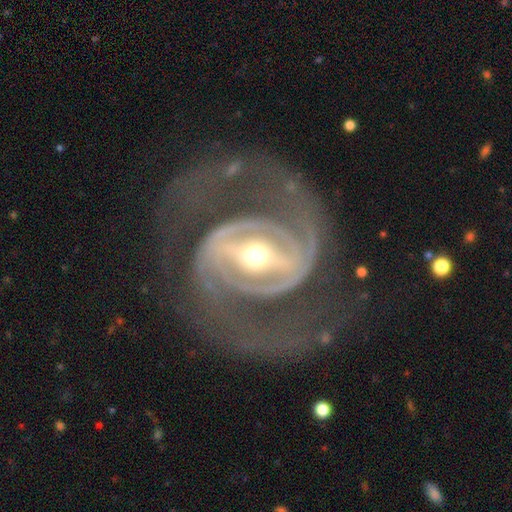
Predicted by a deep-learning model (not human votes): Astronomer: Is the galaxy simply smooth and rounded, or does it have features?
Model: featured or disk — 92%.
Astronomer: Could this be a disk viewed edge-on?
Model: no — 97%.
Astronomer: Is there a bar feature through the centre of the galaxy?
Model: strong — 66%.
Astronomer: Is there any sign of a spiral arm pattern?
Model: yes — 96%.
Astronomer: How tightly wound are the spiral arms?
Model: medium — 51% (runner-up: tight, 36%).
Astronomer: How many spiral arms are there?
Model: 2 — 84%.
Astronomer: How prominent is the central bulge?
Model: moderate — 65%.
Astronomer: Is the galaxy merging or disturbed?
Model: none — 70%.